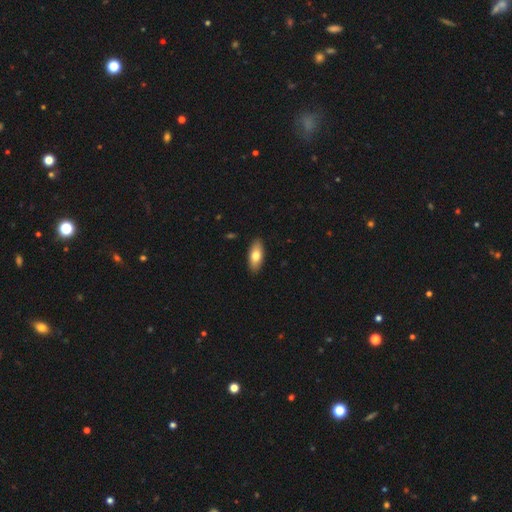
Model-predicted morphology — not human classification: smooth 75%, featured or disk 19%, star or artifact 6%. Down the decision tree: how rounded — in between (84%); merging — none (90%).